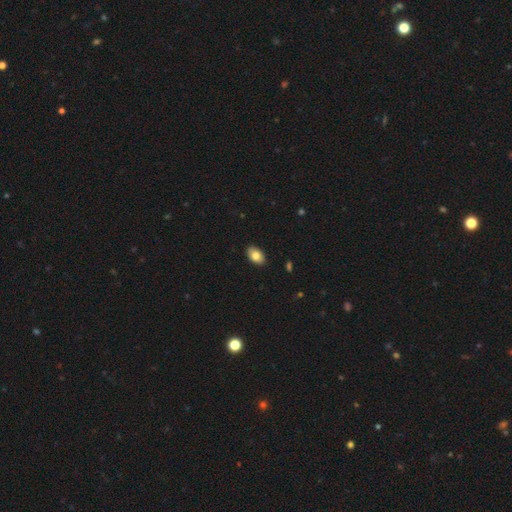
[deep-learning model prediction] Q: Smooth or featured?
A: smooth (81%); runner-up: featured or disk (12%)
Q: How rounded?
A: in between (91%); runner-up: round (8%)
Q: Merging?
A: none (89%); runner-up: minor disturbance (8%)